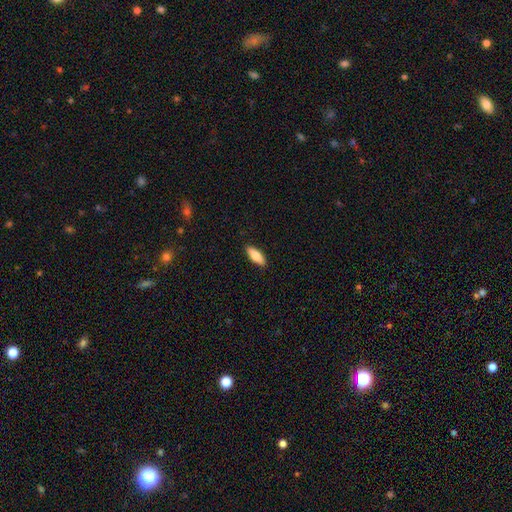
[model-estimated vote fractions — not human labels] smooth-or-featured: smooth: 77% | featured or disk: 17% | star or artifact: 6%
  how-rounded: in between: 63% | cigar-shaped: 34% | round: 2%
  merging: none: 90% | minor disturbance: 8% | major disturbance: 2% | merger: 1%